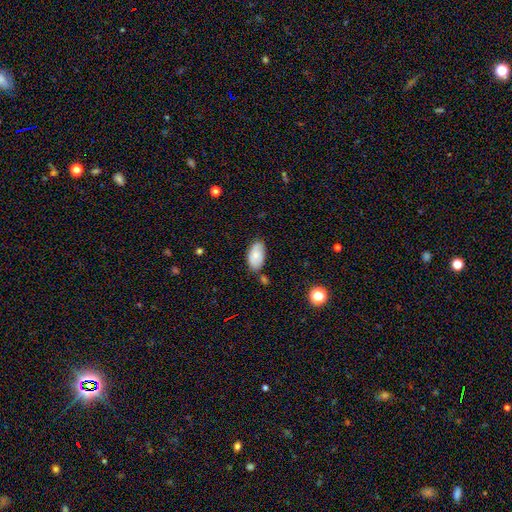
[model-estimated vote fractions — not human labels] The model was most divided on "merging": none: 70%, minor disturbance: 21%, merger: 5%, major disturbance: 4%. More confident: how rounded — in between (95%); smooth or featured — smooth (75%).